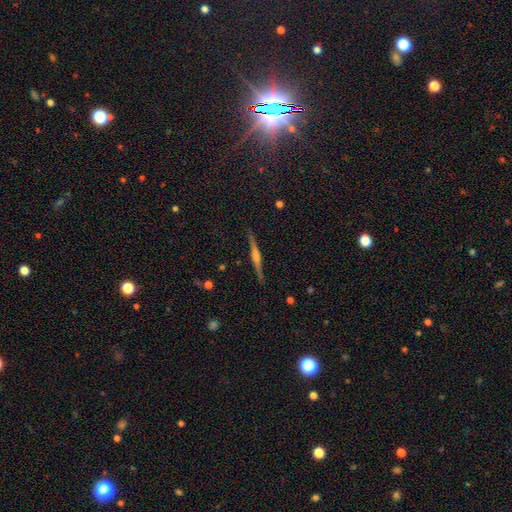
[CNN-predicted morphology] The model was most divided on "edge-on bulge": rounded: 77%, boxy: 13%, none: 9%. More confident: edge-on disk — yes (98%); merging — none (92%); smooth or featured — featured or disk (80%).